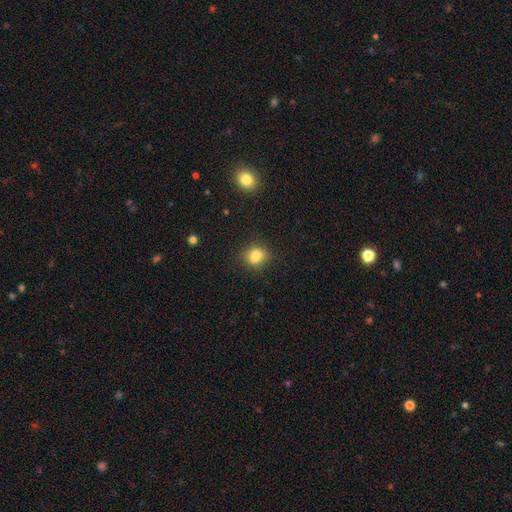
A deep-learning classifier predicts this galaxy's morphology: Overall: smooth (79%). How rounded: round (71%). Merging: none (73%).